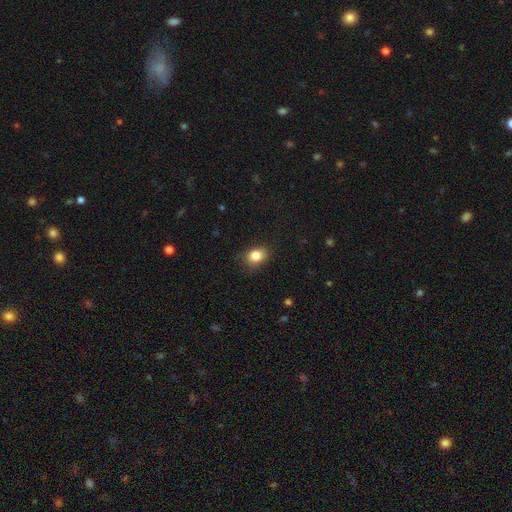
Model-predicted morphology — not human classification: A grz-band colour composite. It shows a smooth galaxy with no disk features (84%) that is in between round and cigar-shaped (54%). Merging: none (81%).